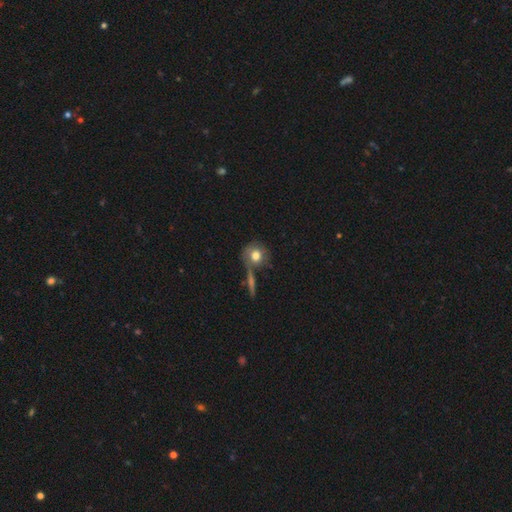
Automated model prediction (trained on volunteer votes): Smooth or featured? Predicted: smooth (p=0.72). How rounded? Predicted: round (p=0.87). Merging? Predicted: none (p=0.61).